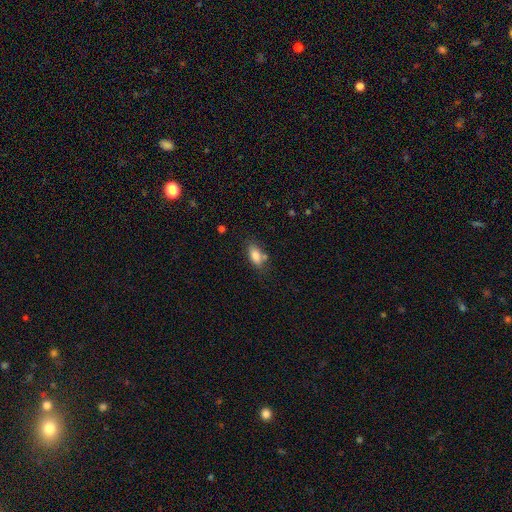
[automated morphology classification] Smooth or featured?
  - smooth: 82% *
  - featured or disk: 10%
  - star or artifact: 8%
How rounded?
  - in between: 85% *
  - cigar-shaped: 11%
  - round: 4%
Merging?
  - none: 67% *
  - minor disturbance: 18%
  - merger: 10%
  - major disturbance: 5%